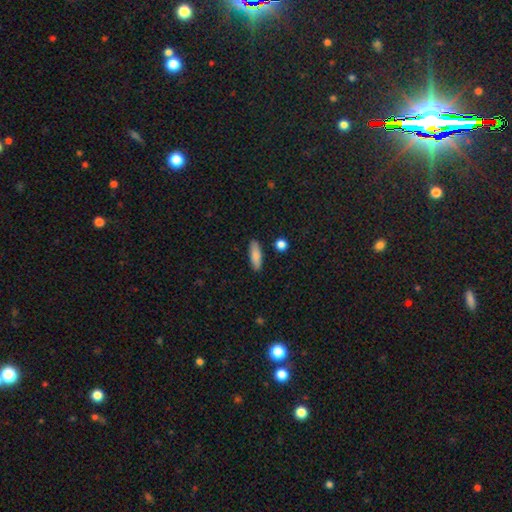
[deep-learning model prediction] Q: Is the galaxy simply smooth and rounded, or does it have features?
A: smooth — 85%.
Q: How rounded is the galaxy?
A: in between — 54%.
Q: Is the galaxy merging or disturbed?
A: none — 87%.